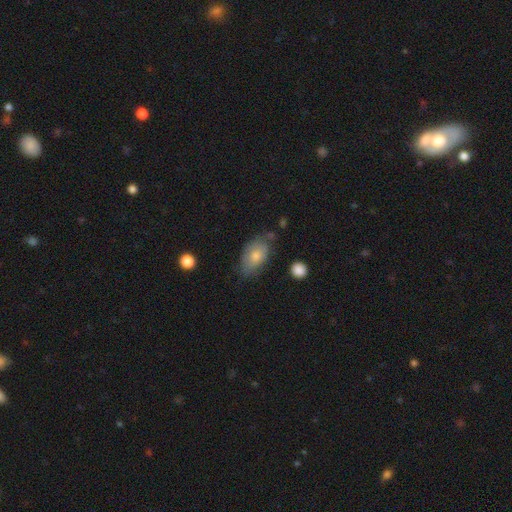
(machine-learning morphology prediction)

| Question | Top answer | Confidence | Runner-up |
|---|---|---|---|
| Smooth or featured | smooth | 67% | featured or disk (25%) |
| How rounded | in between | 90% | round (7%) |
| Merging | none | 62% | minor disturbance (28%) |